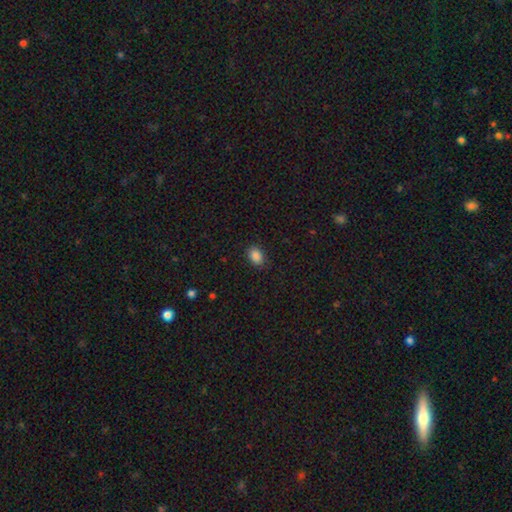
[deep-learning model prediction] Morphology: type=smooth (87%); roundness=in between (73%); merging=none (86%).